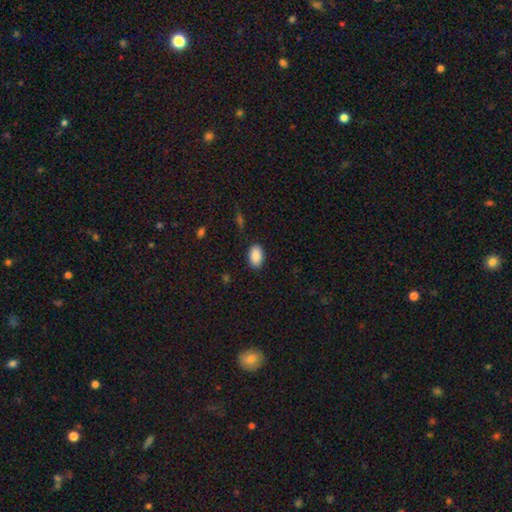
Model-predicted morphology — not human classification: Smooth or featured? Predicted: smooth (p=0.90). How rounded? Predicted: in between (p=0.91). Merging? Predicted: none (p=0.88).